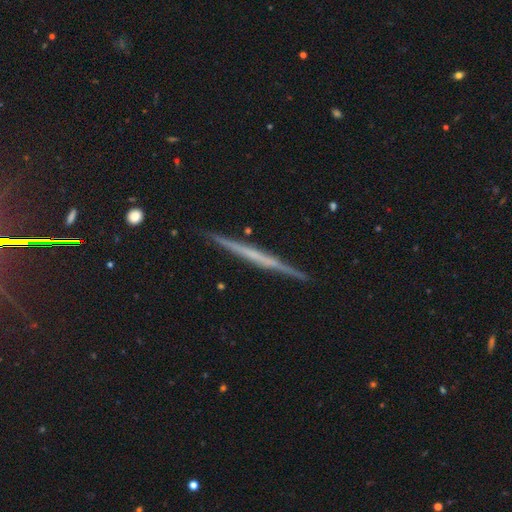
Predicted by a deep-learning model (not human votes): A featured or disk galaxy (68%) viewed edge-on (98%) with no central bulge (83%). Merging: none (91%).